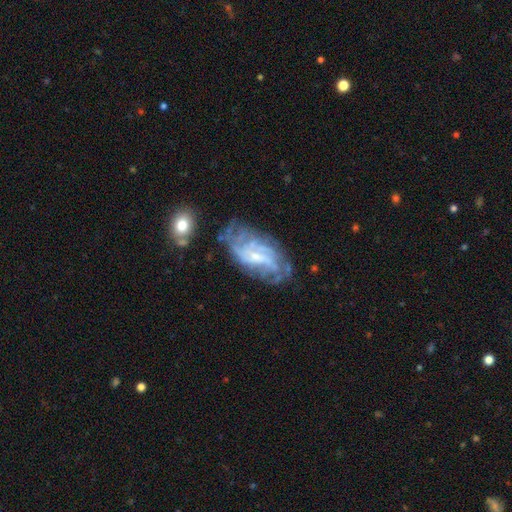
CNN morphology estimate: type=featured or disk (79%); edge-on=no (94%); bar=weak (45%); spiral arms=yes (86%); winding=tight (49%); arm count=can't tell (49%); bulge=small (66%); merging=none (60%).